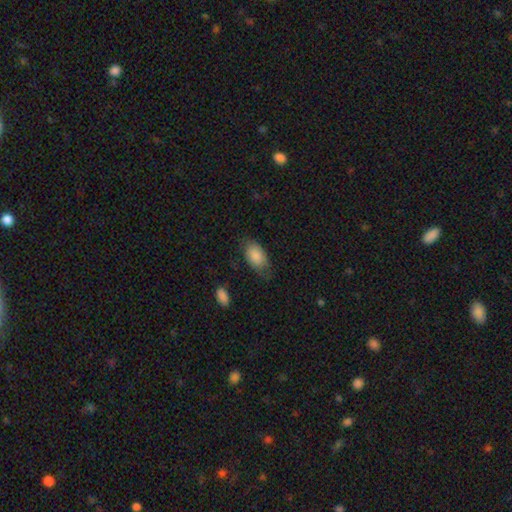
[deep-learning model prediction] Smooth or featured? Predicted: smooth (p=0.86). How rounded? Predicted: in between (p=0.93). Merging? Predicted: none (p=0.66).